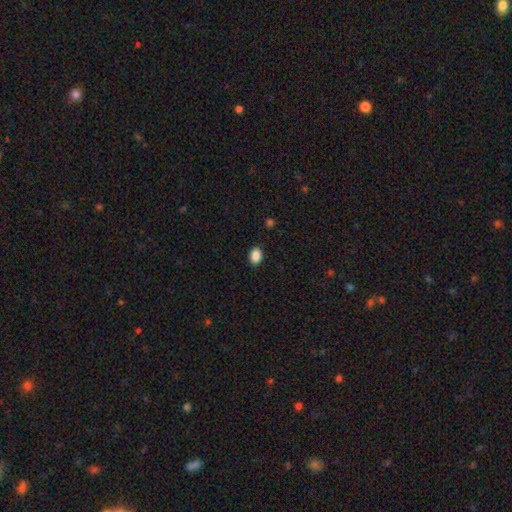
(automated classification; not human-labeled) This appears to be a smooth galaxy with no disk features (87%) that is in between round and cigar-shaped (67%). Merging: none (90%).